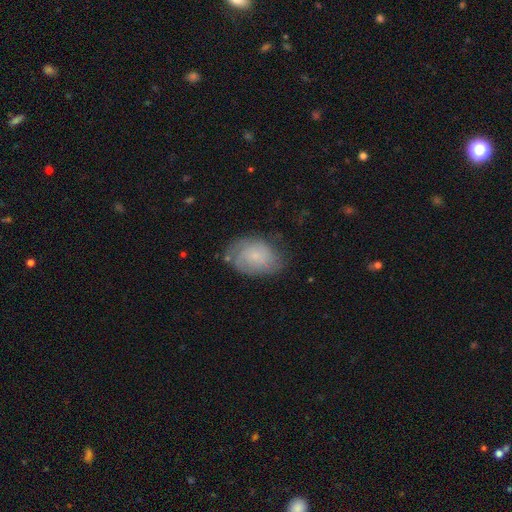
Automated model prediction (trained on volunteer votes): Overall: featured or disk (49%; smooth 42%). Merging: none (61%; minor disturbance 26%).